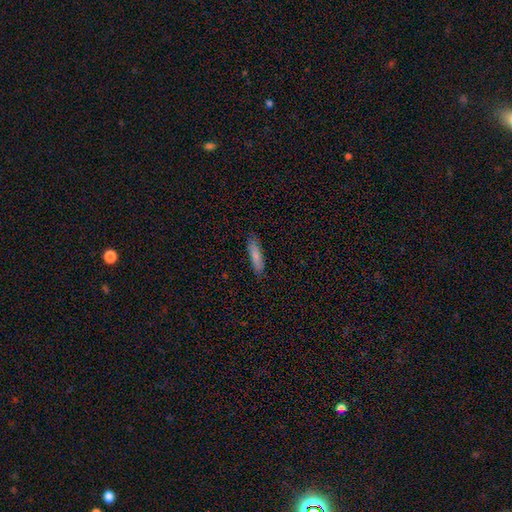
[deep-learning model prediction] smooth_or_featured: smooth (p=0.81) [alt: featured or disk p=0.13]
how_rounded: cigar-shaped (p=0.73) [alt: in between p=0.25]
merging: none (p=0.83) [alt: minor disturbance p=0.13]